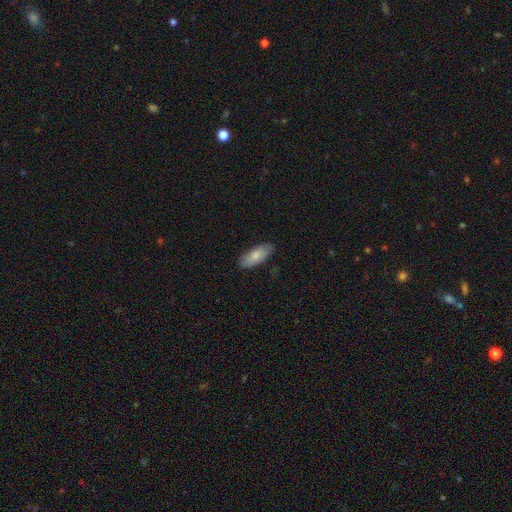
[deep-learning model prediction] This is likely a smooth galaxy (78%). How rounded: clearly in between (82%). Merging: clearly none (82%).